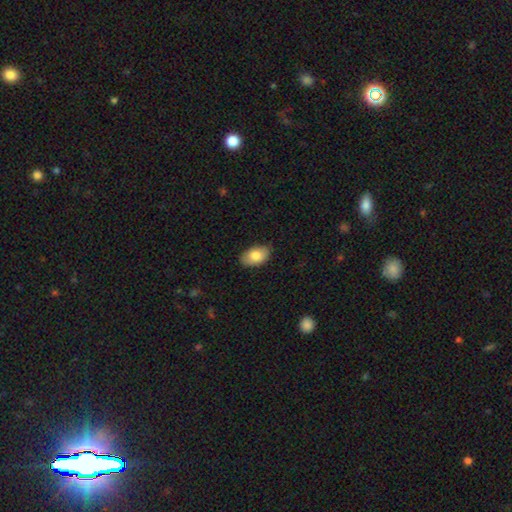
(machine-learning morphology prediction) smooth-or-featured: smooth: 80% | featured or disk: 13% | star or artifact: 7%
  how-rounded: in between: 92% | round: 7% | cigar-shaped: 1%
  merging: none: 82% | minor disturbance: 15% | major disturbance: 2% | merger: 1%